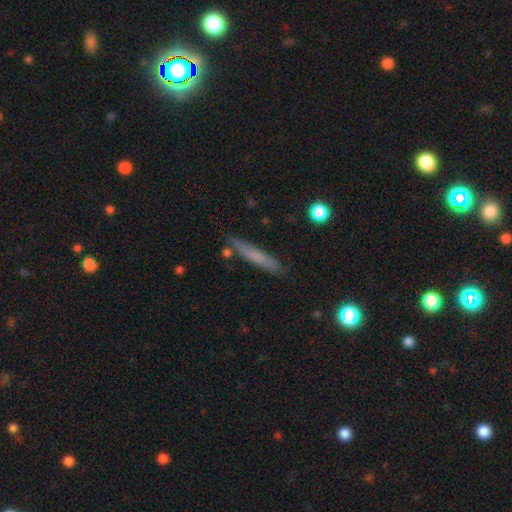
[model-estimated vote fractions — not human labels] This appears to be a smooth galaxy with no disk features (65%) that is cigar-shaped (92%). Merging: none (82%).